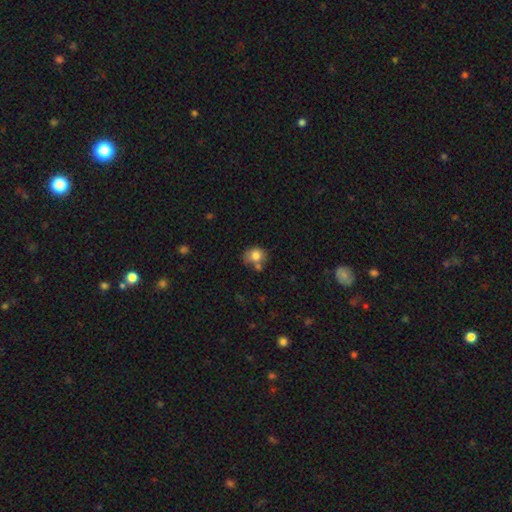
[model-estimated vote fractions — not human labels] smooth_or_featured: smooth (p=0.79) [alt: featured or disk p=0.12]
how_rounded: round (p=0.62) [alt: in between p=0.37]
merging: none (p=0.53) [alt: merger p=0.21]